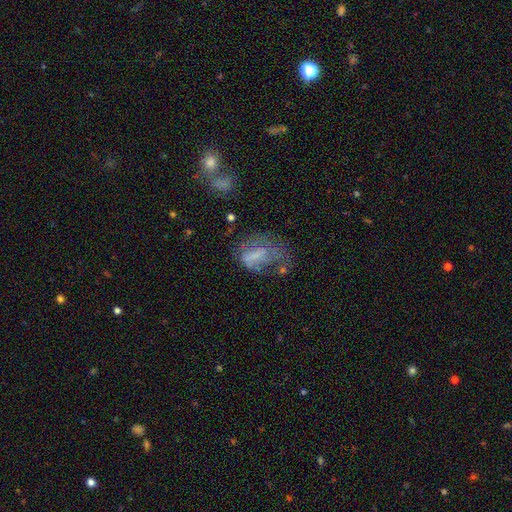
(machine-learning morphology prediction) type=featured or disk (44%); merging=major disturbance (46%).